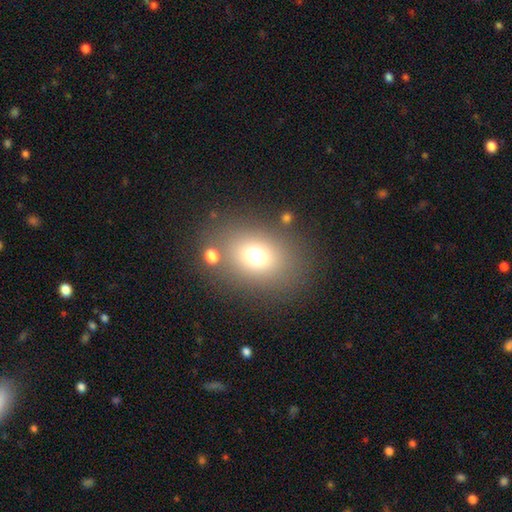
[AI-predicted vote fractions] smooth-or-featured: smooth: 72% | star or artifact: 17% | featured or disk: 11%
  how-rounded: in between: 53% | round: 45% | cigar-shaped: 1%
  merging: none: 76% | minor disturbance: 10% | merger: 8% | major disturbance: 6%